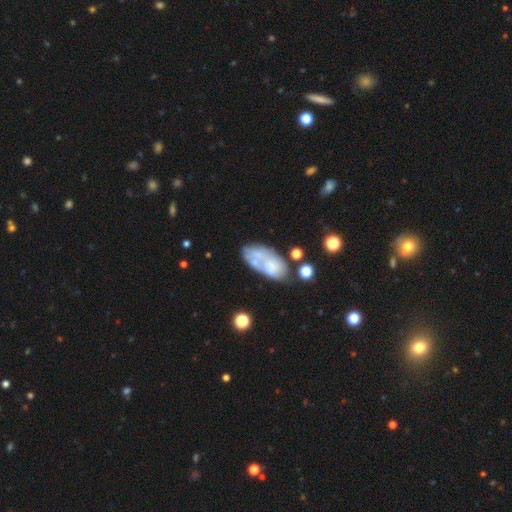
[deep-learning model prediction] A smooth galaxy with no disk features (49%).

Vote fractions:
- Smooth or featured? smooth: 49% / featured or disk: 42% / star or artifact: 9%
- Merging? none: 37% / minor disturbance: 24% / merger: 23% / major disturbance: 16%